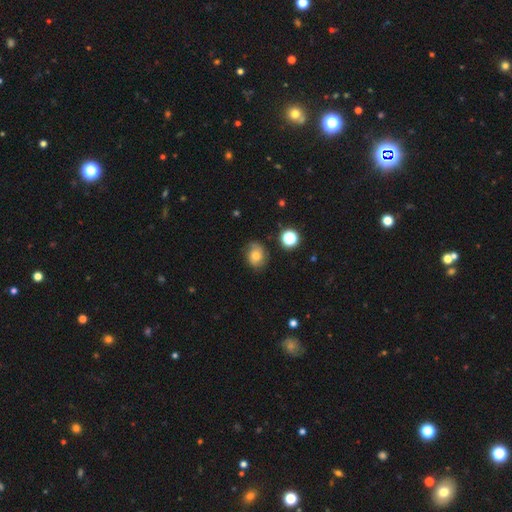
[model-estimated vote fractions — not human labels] A smooth galaxy with no disk features (60%) that is round (54%).

Vote fractions:
- Smooth or featured? smooth: 60% / featured or disk: 26% / star or artifact: 14%
- How rounded? round: 54% / in between: 45% / cigar-shaped: 1%
- Merging? none: 69% / minor disturbance: 23% / major disturbance: 6% / merger: 2%